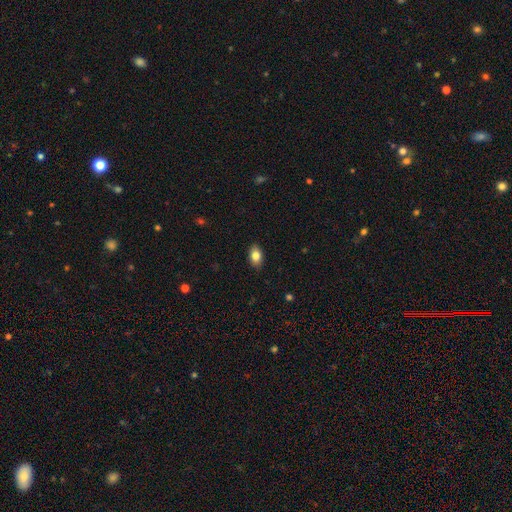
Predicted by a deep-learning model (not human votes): Morphology: type=smooth (83%); roundness=in between (88%); merging=none (88%).